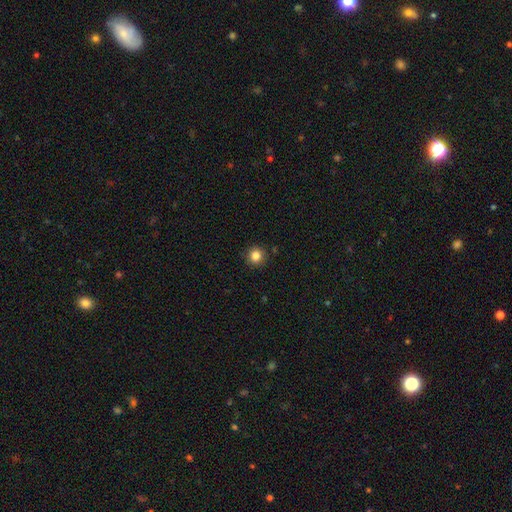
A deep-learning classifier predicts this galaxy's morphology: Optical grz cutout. It shows a smooth galaxy with no disk features (84%) that is round (93%). Merging: none (90%).